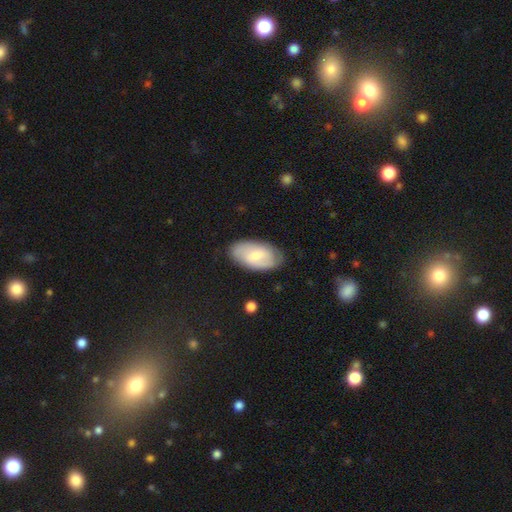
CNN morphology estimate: smooth 55%, featured or disk 39%, star or artifact 6%. Down the decision tree: how rounded — in between (94%); merging — none (80%).